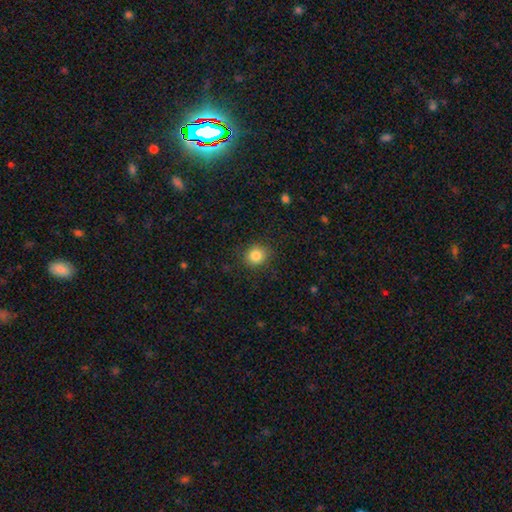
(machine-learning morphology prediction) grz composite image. It shows a smooth galaxy with no disk features (85%) that is round (78%). Merging: none (87%).